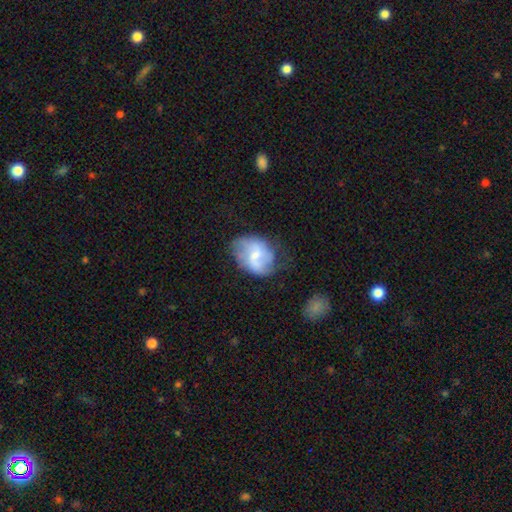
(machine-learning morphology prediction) Smooth or featured? Predicted: featured or disk (p=0.52). Edge-on disk? Predicted: no (p=0.97). Bar? Predicted: weak (p=0.49). Spiral arms? Predicted: yes (p=0.70). Bulge size? Predicted: small (p=0.47). Merging? Predicted: none (p=0.52).